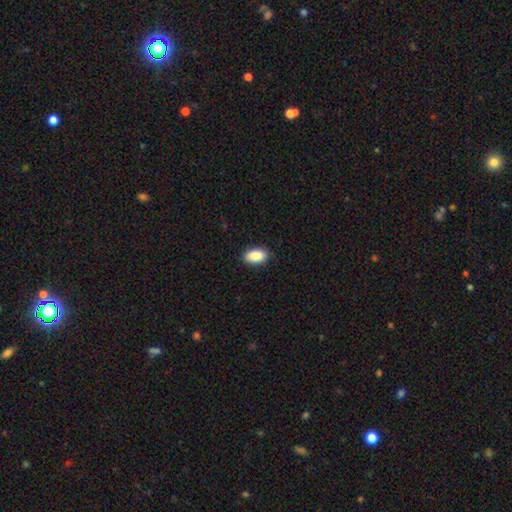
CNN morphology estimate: This appears to be a smooth galaxy with no disk features (89%) that is in between round and cigar-shaped (93%). Merging: none (88%).